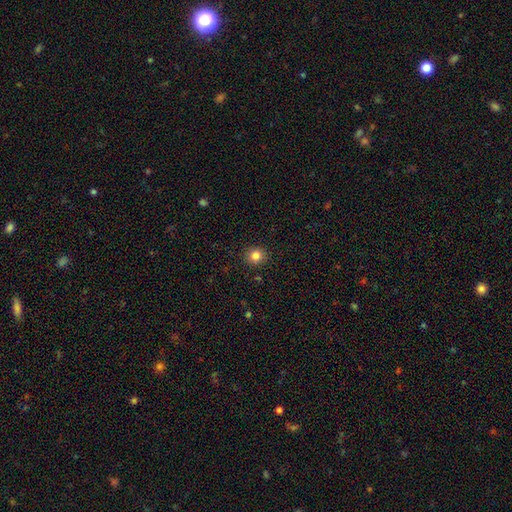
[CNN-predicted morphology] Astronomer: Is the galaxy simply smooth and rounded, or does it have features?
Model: smooth — 83%.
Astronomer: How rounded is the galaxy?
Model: round — 89%.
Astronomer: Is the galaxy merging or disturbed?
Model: none — 91%.